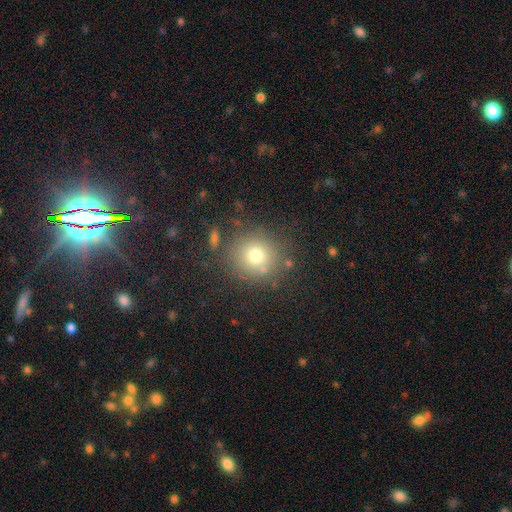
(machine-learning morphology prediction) Smooth or featured?
  - smooth: 73% *
  - star or artifact: 15%
  - featured or disk: 11%
How rounded?
  - round: 90% *
  - in between: 9%
  - cigar-shaped: 1%
Merging?
  - none: 80% *
  - minor disturbance: 10%
  - merger: 5%
  - major disturbance: 4%